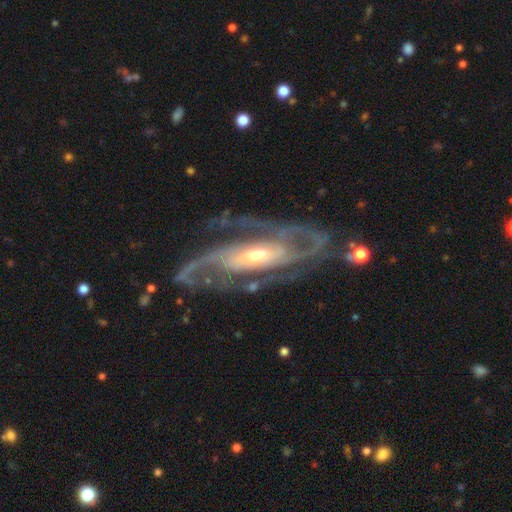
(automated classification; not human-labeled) This appears to be a featured or disk galaxy (91%) with a weak bar (37%), 2 (70%) medium (49%) spiral arms (97%) and a moderate central bulge (54%). Merging: none (67%).